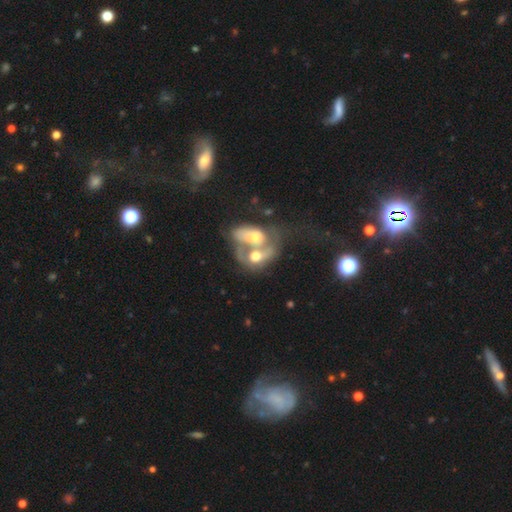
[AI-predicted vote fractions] A featured or disk galaxy (49%).

Vote fractions:
- Smooth or featured? featured or disk: 49% / smooth: 42% / star or artifact: 9%
- Merging? merger: 79% / major disturbance: 10% / none: 7% / minor disturbance: 4%